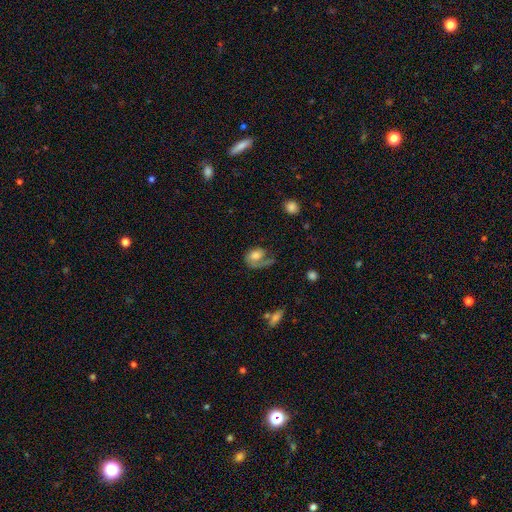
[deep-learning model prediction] Overall: featured or disk (52%; smooth 40%). Edge-on disk: no (97%). Bar: no (73%). Spiral arms: yes (81%). Bulge size: moderate (46%; large 29%). Merging: major disturbance (42%; none 35%).